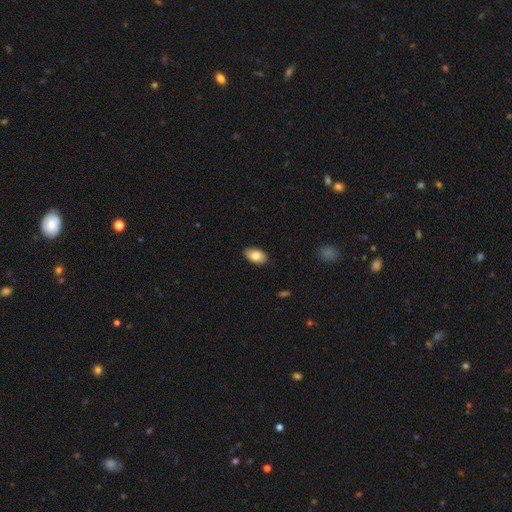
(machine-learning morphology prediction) This appears to be a smooth galaxy with no disk features (82%) that is in between round and cigar-shaped (93%). Merging: none (88%).